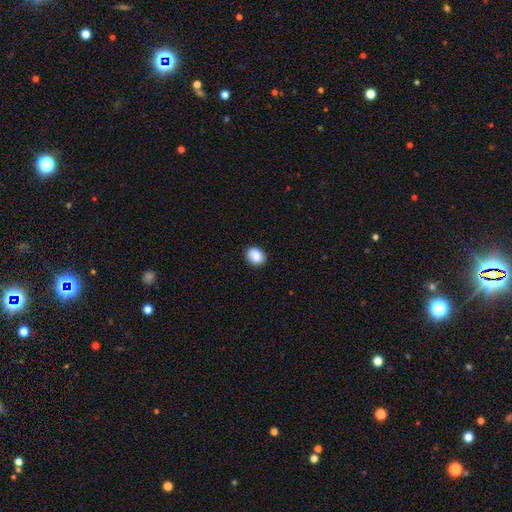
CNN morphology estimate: A smooth galaxy with no disk features (86%) that is round (54%). Merging: none (90%).